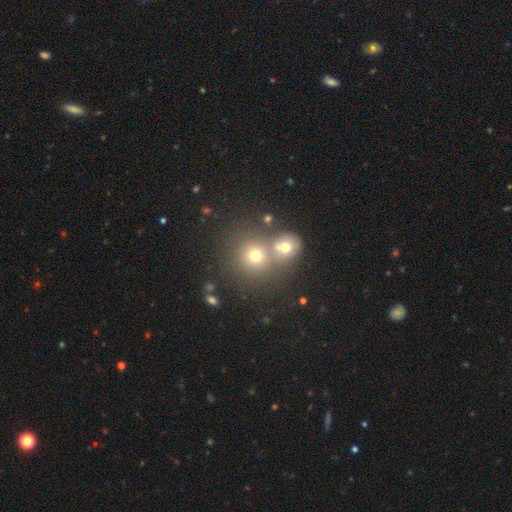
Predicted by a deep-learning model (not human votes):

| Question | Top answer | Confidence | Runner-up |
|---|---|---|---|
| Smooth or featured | smooth | 70% | star or artifact (19%) |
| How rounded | round | 87% | in between (12%) |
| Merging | none | 53% | merger (36%) |